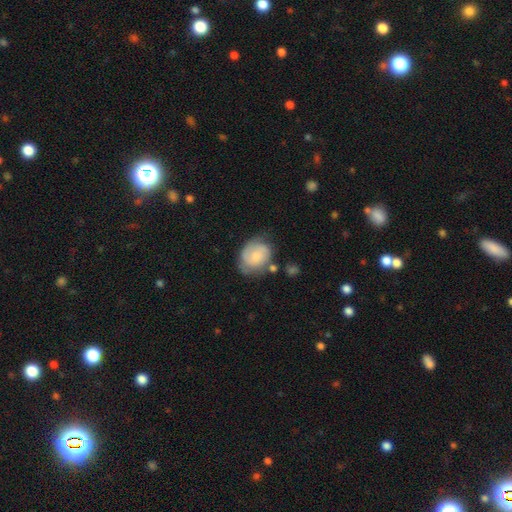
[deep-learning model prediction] A smooth galaxy with no disk features (58%) that is in between round and cigar-shaped (53%). Merging: none (55%).